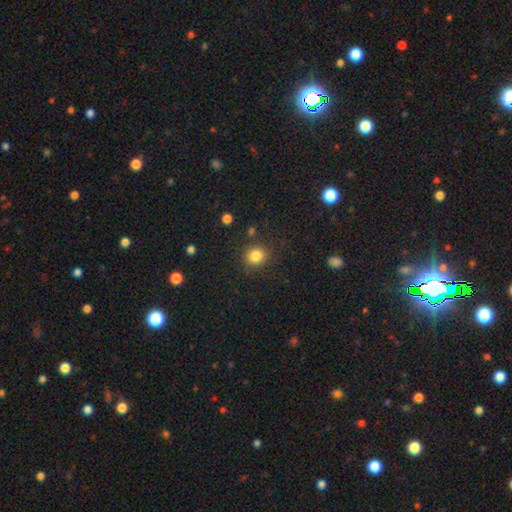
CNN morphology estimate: Smooth or featured? smooth (83%)
How rounded? round (82%)
Merging? none (84%)